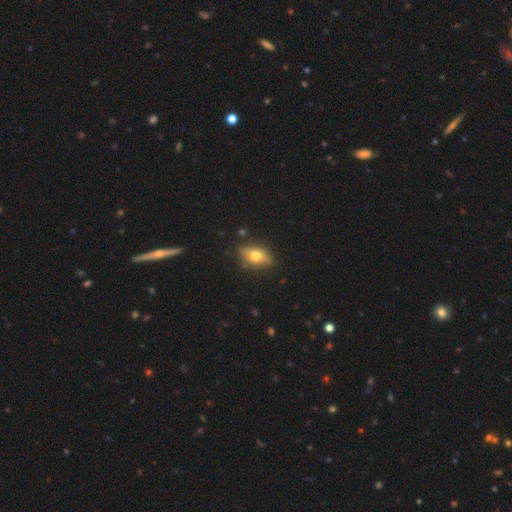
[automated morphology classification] The model was most divided on "smooth or featured": smooth: 55%, featured or disk: 37%, star or artifact: 8%. More confident: merging — none (81%); how rounded — in between (80%).